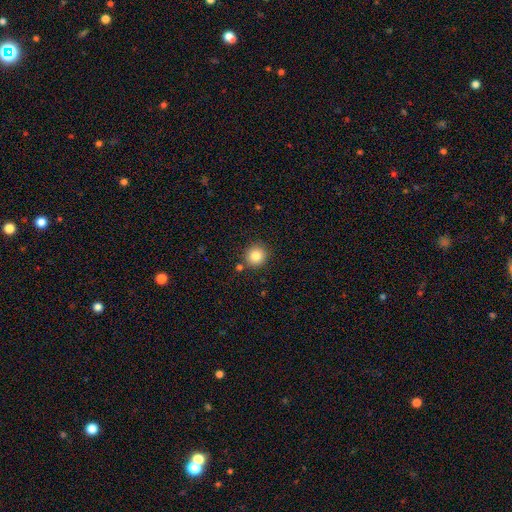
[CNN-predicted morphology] Overall: smooth (84%). How rounded: round (91%). Merging: none (85%).